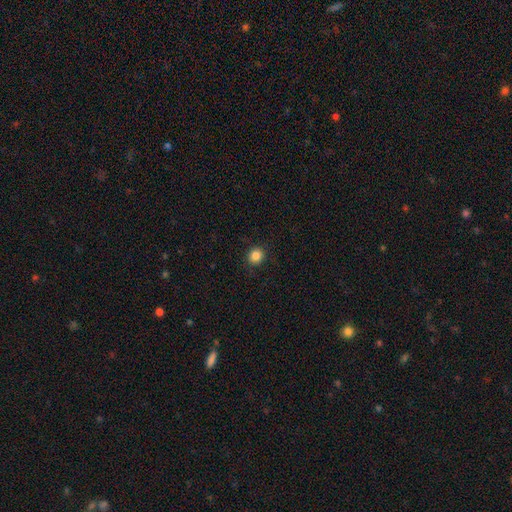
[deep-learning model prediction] This appears to be a smooth galaxy with no disk features (86%) that is round (85%). Merging: none (91%).